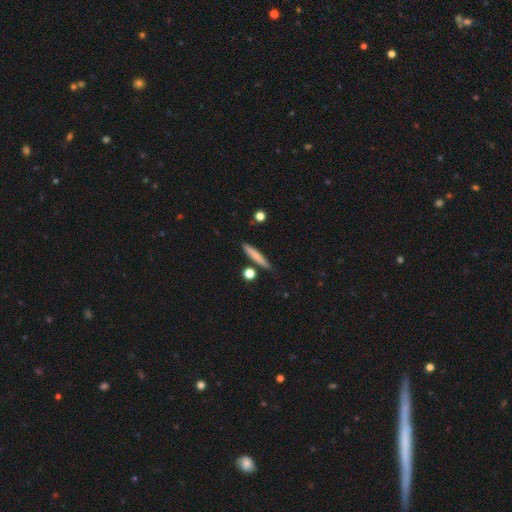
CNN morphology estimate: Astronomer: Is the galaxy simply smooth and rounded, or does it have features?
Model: smooth — 75%.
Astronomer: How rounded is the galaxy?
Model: cigar-shaped — 89%.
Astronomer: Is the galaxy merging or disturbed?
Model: none — 83%.